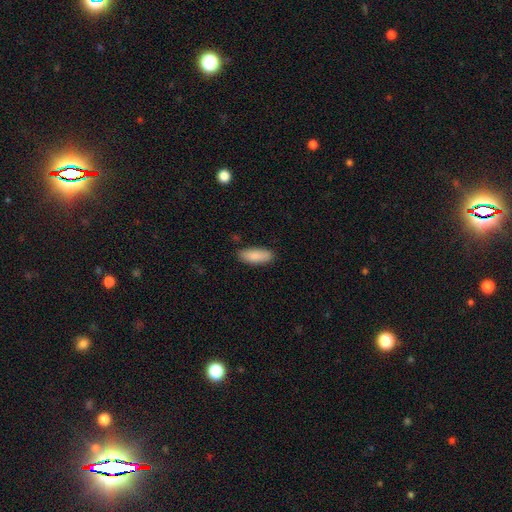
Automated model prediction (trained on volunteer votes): Morphology: type=smooth (89%); roundness=in between (76%); merging=none (85%).